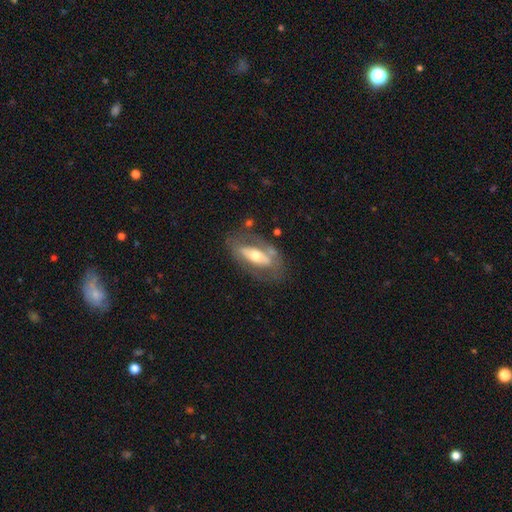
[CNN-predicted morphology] Q: Smooth or featured?
A: featured or disk (62%); runner-up: smooth (32%)
Q: Edge-on disk?
A: no (80%); runner-up: yes (20%)
Q: Merging?
A: none (66%); runner-up: minor disturbance (18%)